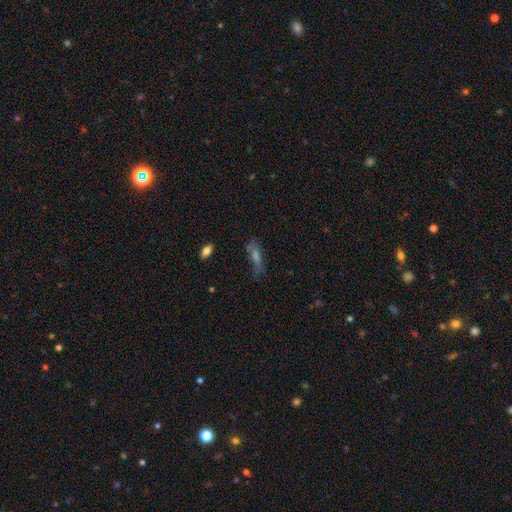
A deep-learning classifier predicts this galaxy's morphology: This appears to be a smooth galaxy with no disk features (43%). Merging: none (57%).